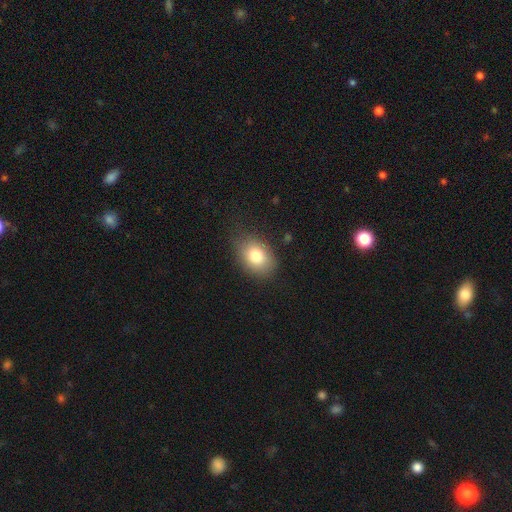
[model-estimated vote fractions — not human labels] Q: Smooth or featured?
A: smooth (79%); runner-up: featured or disk (12%)
Q: How rounded?
A: in between (74%); runner-up: round (25%)
Q: Merging?
A: none (75%); runner-up: minor disturbance (18%)